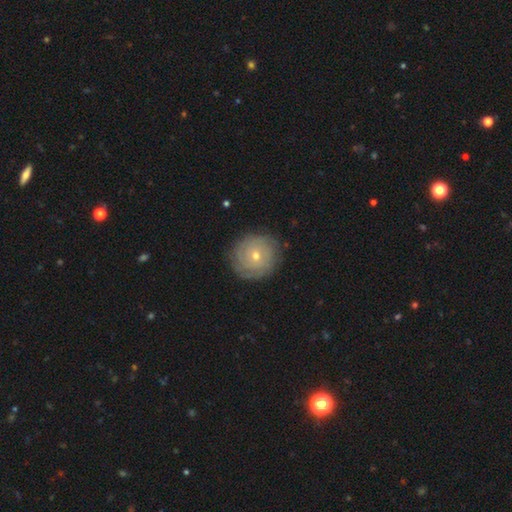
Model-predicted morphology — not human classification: A featured or disk galaxy (69%) with no bar (81%), tight (85%) spiral arms (87%) and a small central bulge (61%).

Vote fractions:
- Smooth or featured? featured or disk: 69% / smooth: 22% / star or artifact: 8%
- Edge-on disk? no: 97% / yes: 3%
- Bar? no: 81% / weak: 16% / strong: 3%
- Spiral arms? yes: 87% / no: 13%
- Spiral winding? tight: 85% / medium: 12% / loose: 4%
- Spiral arm count? can't tell: 45% / 2: 18% / 3: 14% / 4: 10% / more than 4: 7% / 1: 6%
- Bulge size? small: 61% / moderate: 36% / large: 1% / none: 1% / dominant: 1%
- Merging? none: 86% / minor disturbance: 10% / major disturbance: 3% / merger: 1%